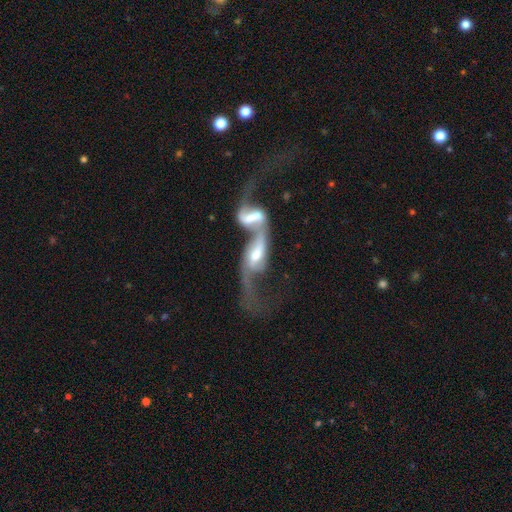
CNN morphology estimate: A featured or disk galaxy (83%) with a strong bar (41%), 2 (81%) loose (84%) spiral arms (88%) and a moderate central bulge (45%).

Vote fractions:
- Smooth or featured? featured or disk: 83% / smooth: 11% / star or artifact: 7%
- Edge-on disk? no: 91% / yes: 9%
- Bar? strong: 41% / weak: 36% / no: 23%
- Spiral arms? yes: 88% / no: 12%
- Spiral winding? loose: 84% / medium: 13% / tight: 3%
- Spiral arm count? 2: 81% / 1: 10% / can't tell: 6% / 3: 1% / 4: 1% / more than 4: 1%
- Bulge size? moderate: 45% / small: 31% / large: 11% / none: 10% / dominant: 2%
- Merging? merger: 77% / major disturbance: 10% / none: 9% / minor disturbance: 4%